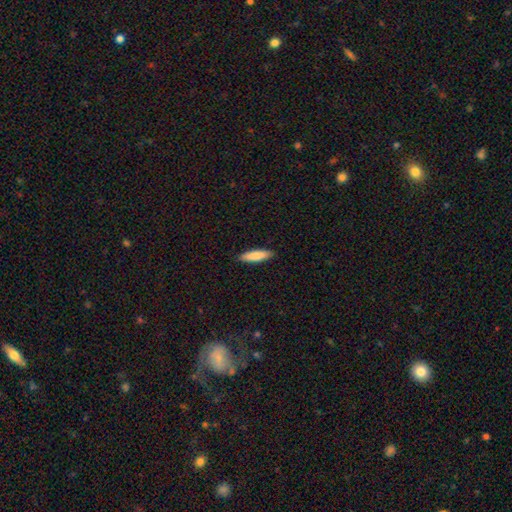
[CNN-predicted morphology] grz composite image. It shows a smooth galaxy with no disk features (83%) that is cigar-shaped (70%). Merging: none (90%).